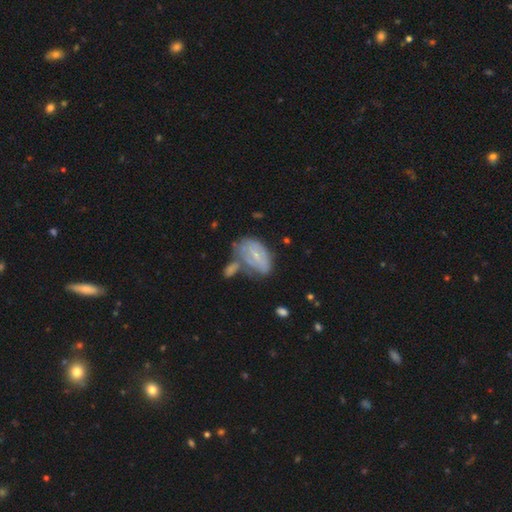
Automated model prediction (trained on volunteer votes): Morphology: type=featured or disk (59%); edge-on=no (94%); bar=weak (46%); spiral arms=yes (62%); bulge=small (67%); merging=none (34%).